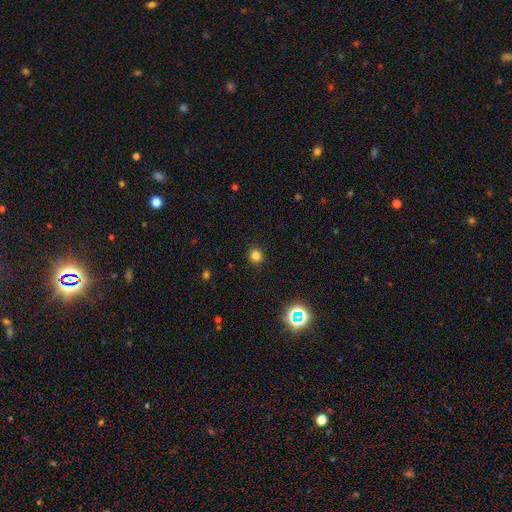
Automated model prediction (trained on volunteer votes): A smooth galaxy with no disk features (81%) that is round (91%). Merging: none (91%).